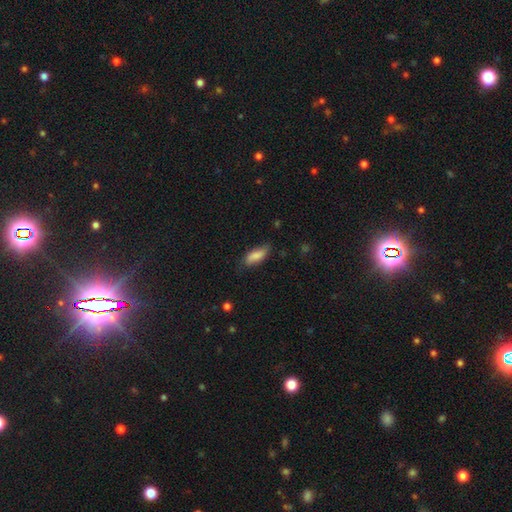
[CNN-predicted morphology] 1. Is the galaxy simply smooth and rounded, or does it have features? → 78% smooth, 15% featured or disk, 7% star or artifact.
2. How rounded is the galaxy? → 75% in between, 23% cigar-shaped, 2% round.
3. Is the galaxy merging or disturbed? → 66% none, 27% minor disturbance, 6% major disturbance, 2% merger.